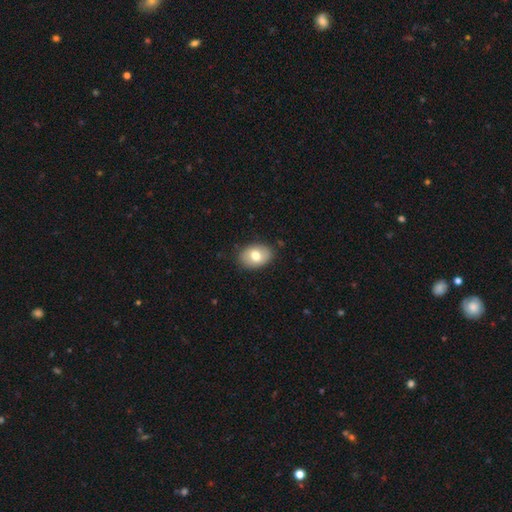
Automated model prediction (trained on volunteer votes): smooth 74%, featured or disk 19%, star or artifact 7%. Down the decision tree: how rounded — in between (77%); merging — none (85%).